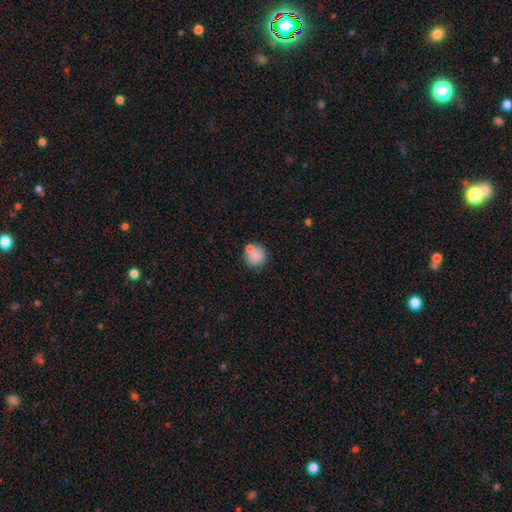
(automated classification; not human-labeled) A smooth galaxy with no disk features (82%) that is round (90%). Merging: none (64%).